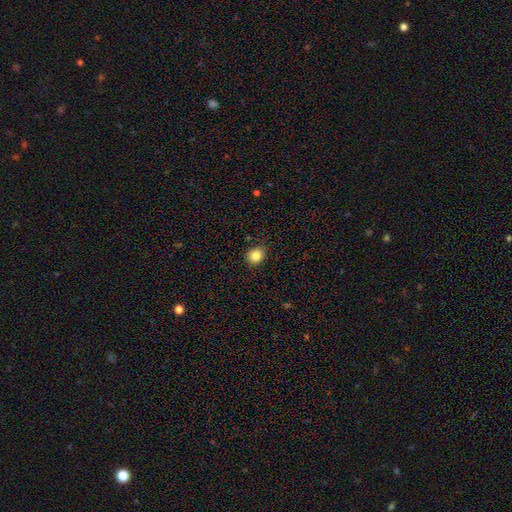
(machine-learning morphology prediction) Overall: smooth (84%). How rounded: round (71%). Merging: none (86%).